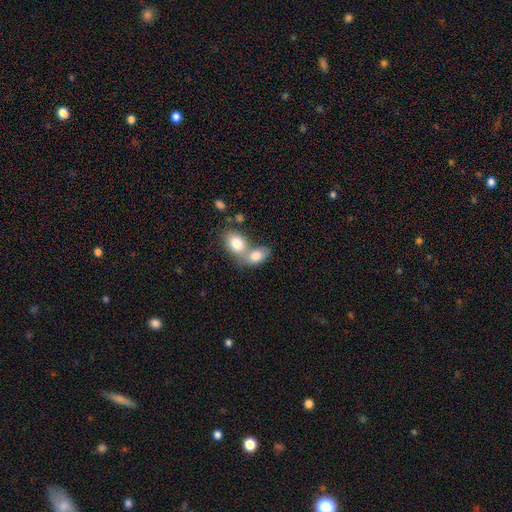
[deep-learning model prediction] smooth 80%, featured or disk 13%, star or artifact 7%. Down the decision tree: how rounded — in between (83%); merging — merger (68%).